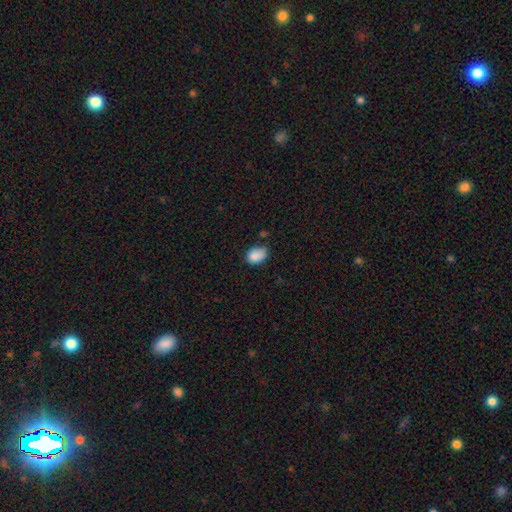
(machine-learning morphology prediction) smooth-or-featured: smooth: 87% | star or artifact: 9% | featured or disk: 5%
  how-rounded: in between: 72% | round: 27% | cigar-shaped: 1%
  merging: none: 58% | minor disturbance: 32% | major disturbance: 6% | merger: 4%